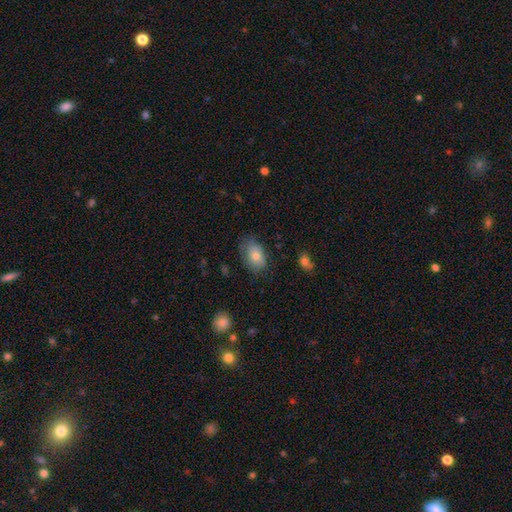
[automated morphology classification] type=smooth (72%); roundness=in between (84%); merging=none (70%).